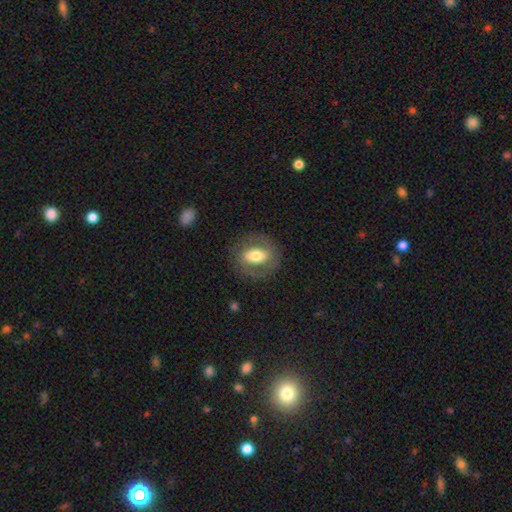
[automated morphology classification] smooth_or_featured: featured or disk (p=0.47) [alt: smooth p=0.46]
merging: none (p=0.80) [alt: minor disturbance p=0.12]